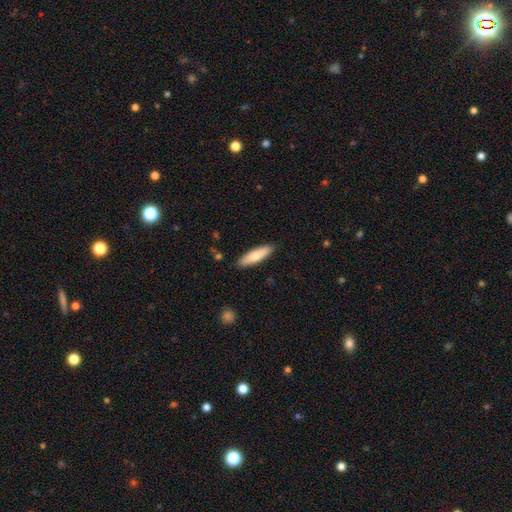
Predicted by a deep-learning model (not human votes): smooth 75%, featured or disk 19%, star or artifact 5%. Down the decision tree: how rounded — cigar-shaped (65%); merging — none (89%).